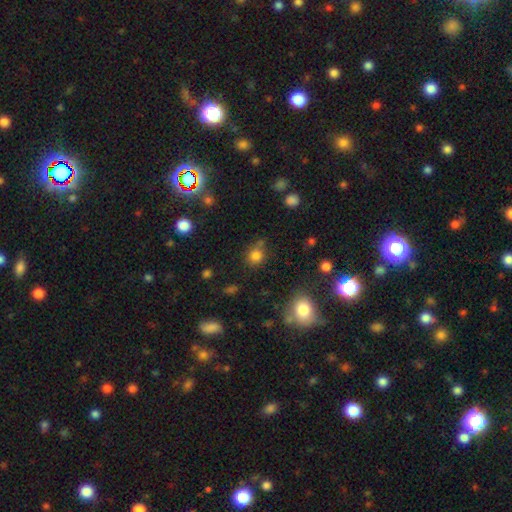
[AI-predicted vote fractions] smooth-or-featured: smooth: 79% | star or artifact: 15% | featured or disk: 6%
  how-rounded: round: 78% | in between: 21% | cigar-shaped: 1%
  merging: none: 67% | minor disturbance: 16% | merger: 12% | major disturbance: 5%